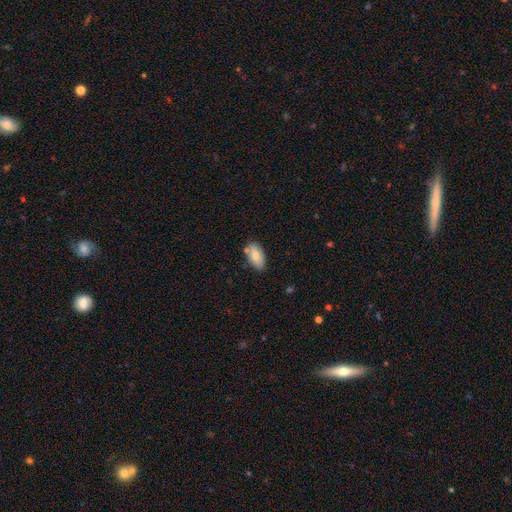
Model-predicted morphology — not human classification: A smooth galaxy with no disk features (80%) that is in between round and cigar-shaped (92%).

Vote fractions:
- Smooth or featured? smooth: 80% / featured or disk: 14% / star or artifact: 6%
- How rounded? in between: 92% / cigar-shaped: 5% / round: 3%
- Merging? none: 73% / minor disturbance: 17% / merger: 7% / major disturbance: 3%